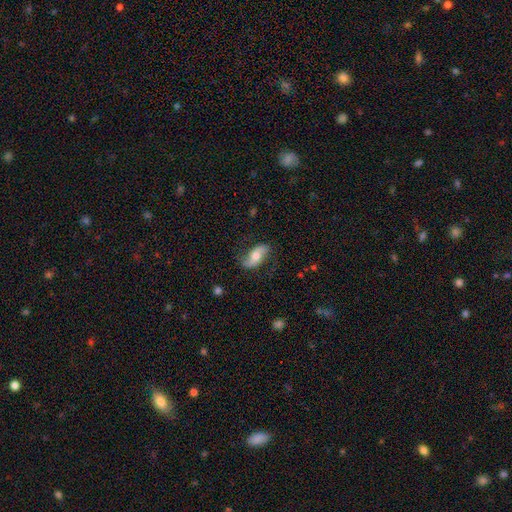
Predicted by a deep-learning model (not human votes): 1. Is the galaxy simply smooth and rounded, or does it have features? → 53% featured or disk, 41% smooth, 6% star or artifact.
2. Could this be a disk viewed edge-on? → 86% no, 14% yes.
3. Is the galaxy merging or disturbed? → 75% none, 18% minor disturbance, 6% major disturbance, 1% merger.